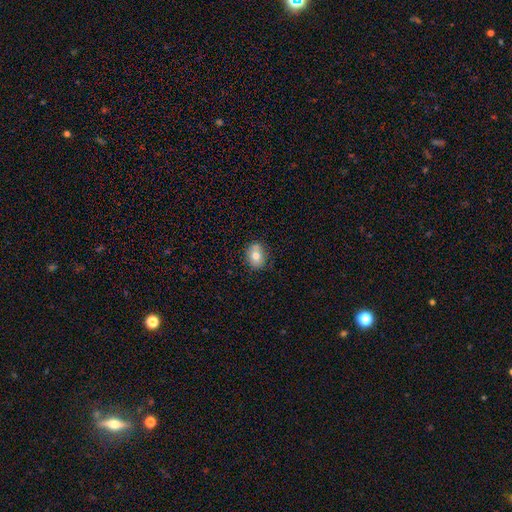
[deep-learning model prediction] smooth_or_featured: smooth (p=0.76) [alt: featured or disk p=0.14]
how_rounded: in between (p=0.58) [alt: round p=0.41]
merging: none (p=0.79) [alt: minor disturbance p=0.16]